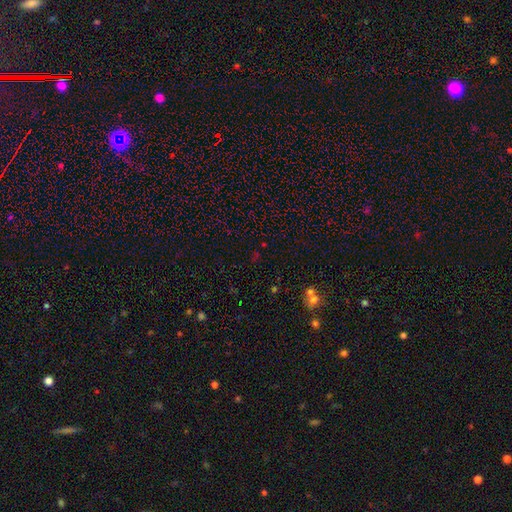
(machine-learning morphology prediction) A star or artifact, not a galaxy (58%).